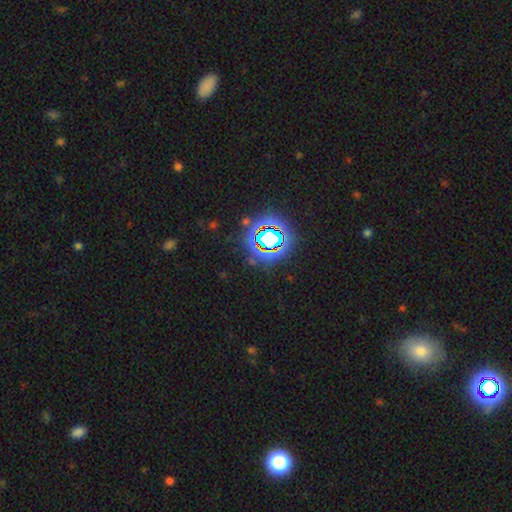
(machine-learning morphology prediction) smooth_or_featured: star or artifact (p=0.79) [alt: smooth p=0.13]